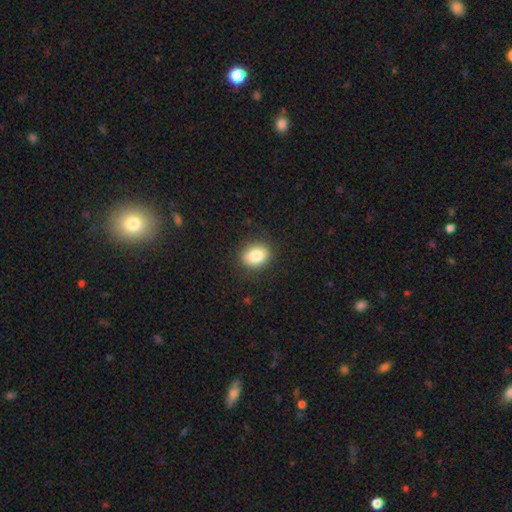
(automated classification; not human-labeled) This is clearly a smooth galaxy (85%). How rounded: possibly in between (52%). Merging: clearly none (87%).